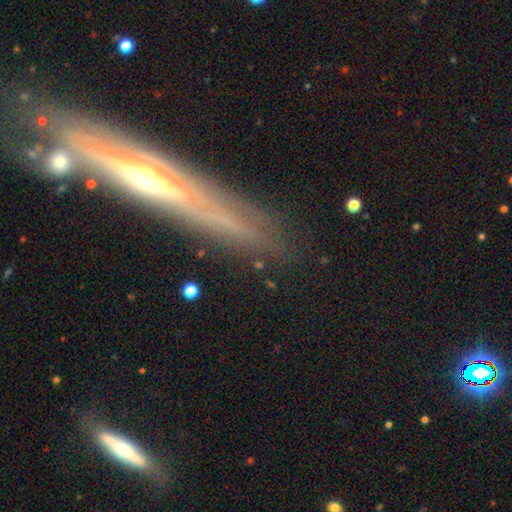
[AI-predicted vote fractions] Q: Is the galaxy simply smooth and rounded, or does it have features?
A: featured or disk — 76%.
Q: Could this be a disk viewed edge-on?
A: yes — 80%.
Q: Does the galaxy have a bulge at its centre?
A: rounded — 74%.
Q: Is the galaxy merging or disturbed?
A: none — 81%.